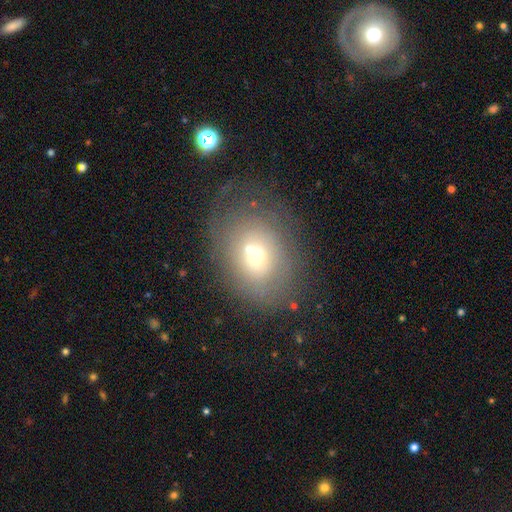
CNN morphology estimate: type=smooth (55%); roundness=in between (61%); merging=none (50%).